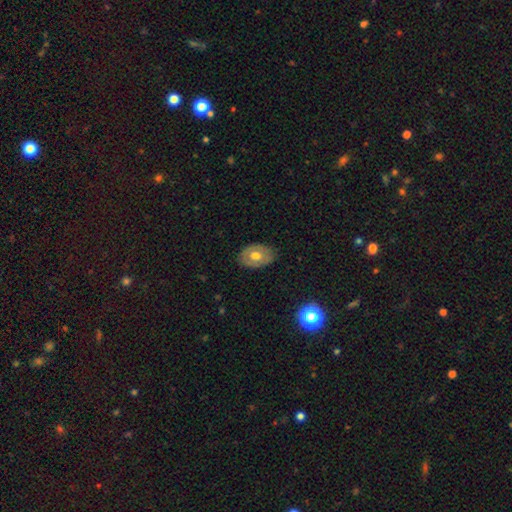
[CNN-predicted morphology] A smooth galaxy with no disk features (51%) that is in between round and cigar-shaped (76%). Merging: none (78%).